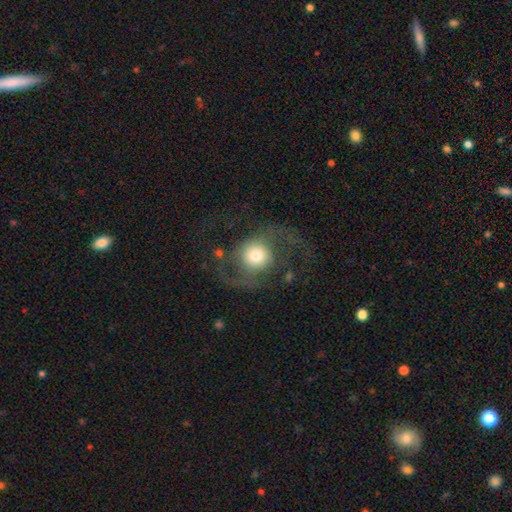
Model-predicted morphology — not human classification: type=smooth (53%); roundness=round (84%); merging=major disturbance (45%).